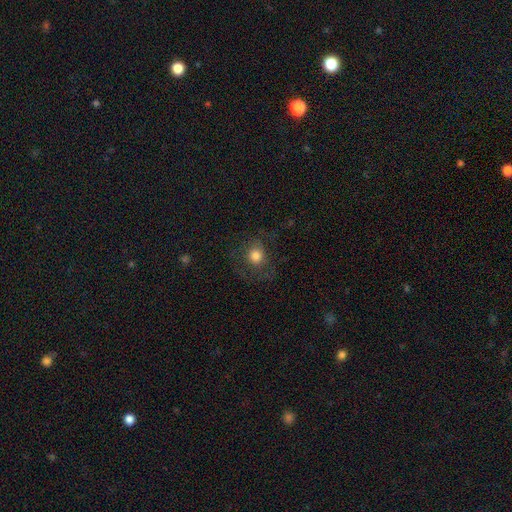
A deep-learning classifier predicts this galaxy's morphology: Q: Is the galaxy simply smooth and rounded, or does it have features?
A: smooth — 73%.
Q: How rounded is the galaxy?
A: round — 83%.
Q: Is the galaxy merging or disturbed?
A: none — 65%.